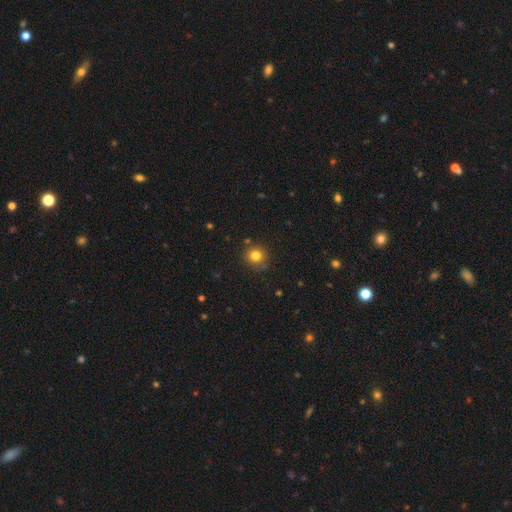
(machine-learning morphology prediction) This is likely a smooth galaxy (80%). How rounded: clearly round (90%). Merging: clearly none (83%).